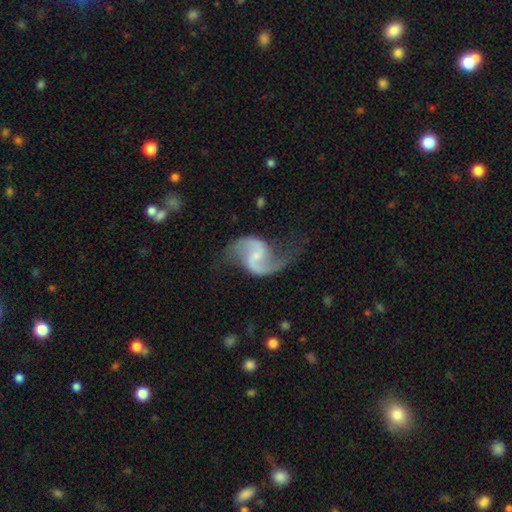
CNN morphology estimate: A featured or disk galaxy (91%) with a weak bar (52%), 2 (93%) loose (68%) spiral arms (97%) and a small central bulge (60%). Merging: none (67%).